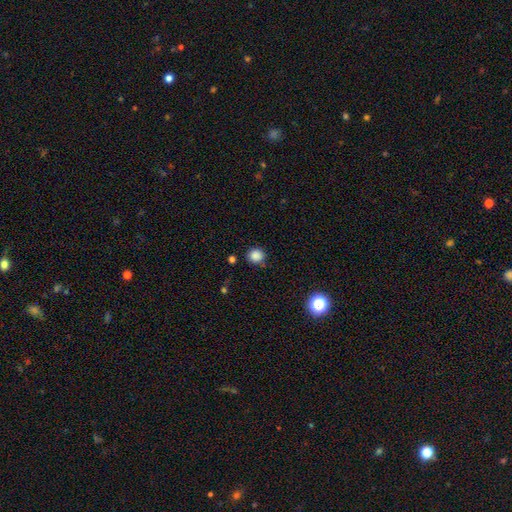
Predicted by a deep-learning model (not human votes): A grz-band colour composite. It shows a smooth galaxy with no disk features (85%) that is round (87%). Merging: none (82%).